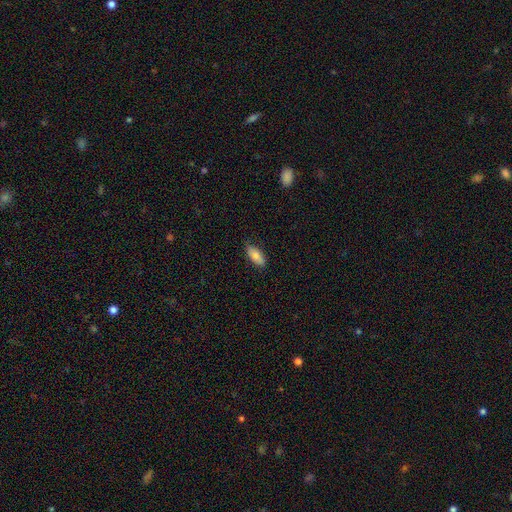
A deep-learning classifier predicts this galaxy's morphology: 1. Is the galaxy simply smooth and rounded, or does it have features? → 78% smooth, 16% featured or disk, 6% star or artifact.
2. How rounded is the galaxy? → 85% in between, 13% cigar-shaped, 2% round.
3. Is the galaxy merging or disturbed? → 83% none, 14% minor disturbance, 2% major disturbance, 1% merger.